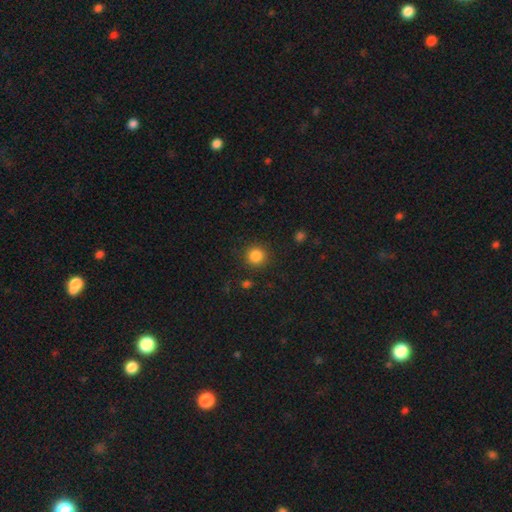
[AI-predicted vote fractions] A smooth galaxy with no disk features (85%) that is round (94%).

Vote fractions:
- Smooth or featured? smooth: 85% / star or artifact: 11% / featured or disk: 4%
- How rounded? round: 94% / in between: 5% / cigar-shaped: 1%
- Merging? none: 89% / minor disturbance: 6% / major disturbance: 3% / merger: 2%